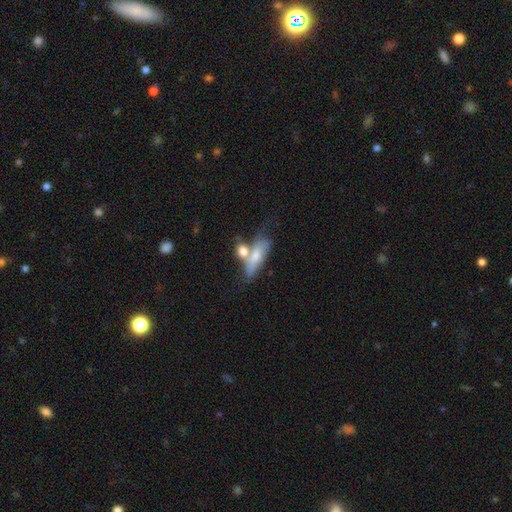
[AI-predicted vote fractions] Q: Smooth or featured?
A: smooth (63%); runner-up: featured or disk (30%)
Q: How rounded?
A: in between (63%); runner-up: cigar-shaped (29%)
Q: Merging?
A: merger (50%); runner-up: none (25%)